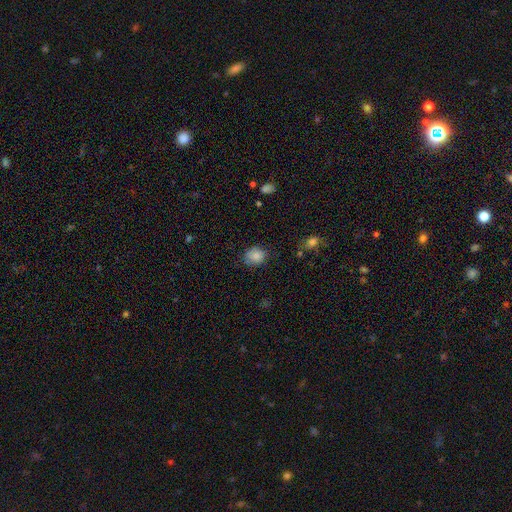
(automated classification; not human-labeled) smooth 85%, star or artifact 9%, featured or disk 6%. Down the decision tree: how rounded — round (63%); merging — none (73%).